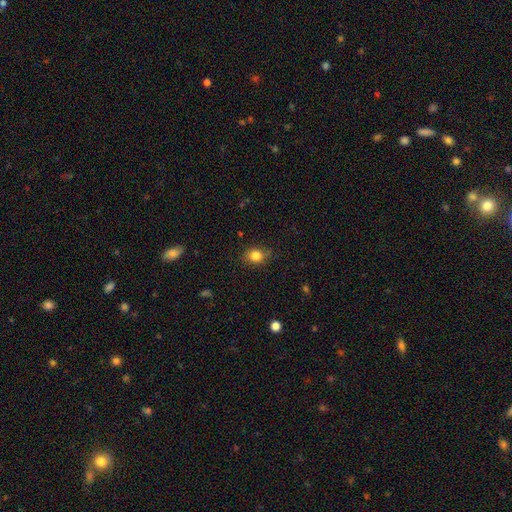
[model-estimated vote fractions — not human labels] smooth 83%, star or artifact 11%, featured or disk 7%. Down the decision tree: how rounded — round (59%); merging — none (74%).